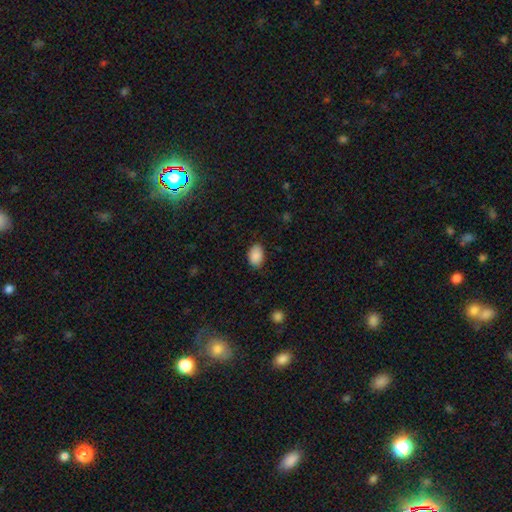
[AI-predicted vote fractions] A smooth galaxy with no disk features (89%) that is in between round and cigar-shaped (85%).

Vote fractions:
- Smooth or featured? smooth: 89% / star or artifact: 7% / featured or disk: 4%
- How rounded? in between: 85% / round: 14% / cigar-shaped: 1%
- Merging? none: 81% / minor disturbance: 15% / major disturbance: 3% / merger: 1%